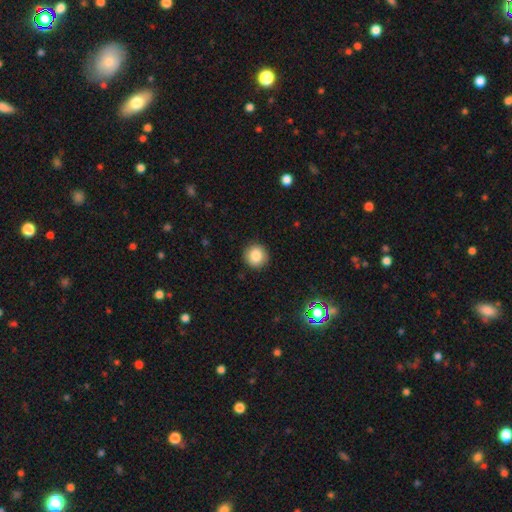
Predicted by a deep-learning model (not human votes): Smooth or featured? Predicted: smooth (p=0.85). How rounded? Predicted: round (p=0.93). Merging? Predicted: none (p=0.91).